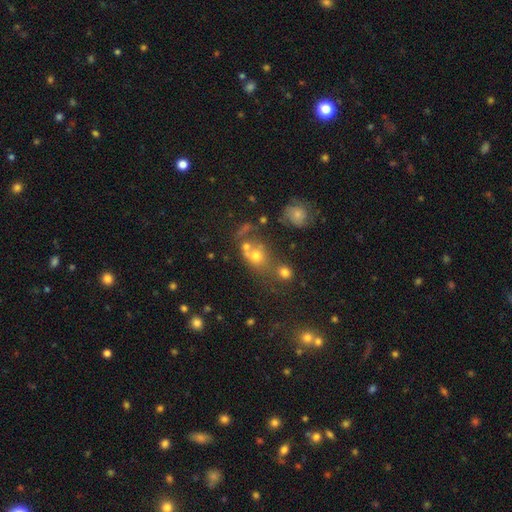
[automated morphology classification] This appears to be a smooth galaxy with no disk features (62%) that is round (65%). Merging: none (41%).